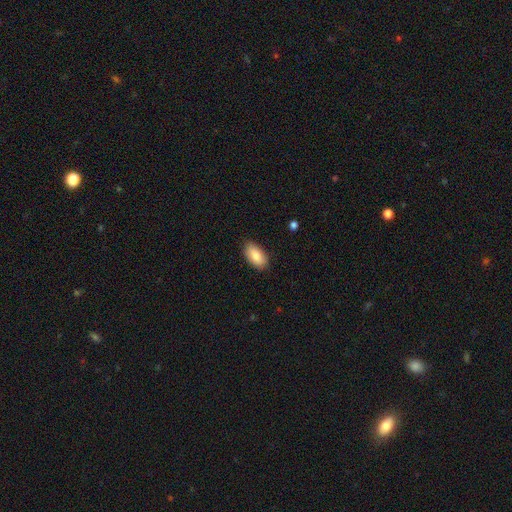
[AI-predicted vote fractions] Smooth or featured? smooth (86%)
How rounded? in between (94%)
Merging? none (87%)